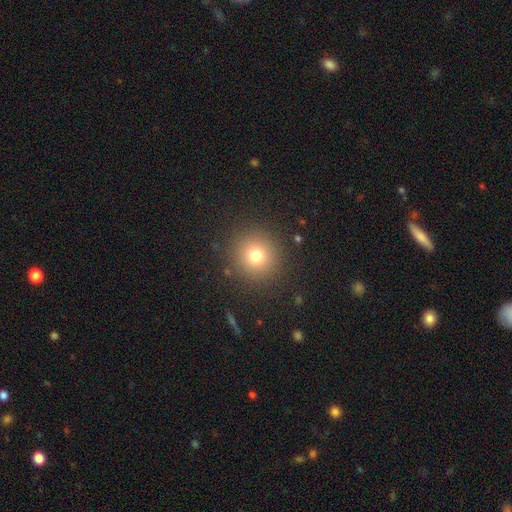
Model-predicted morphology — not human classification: A smooth galaxy with no disk features (75%) that is round (94%). Merging: none (89%).